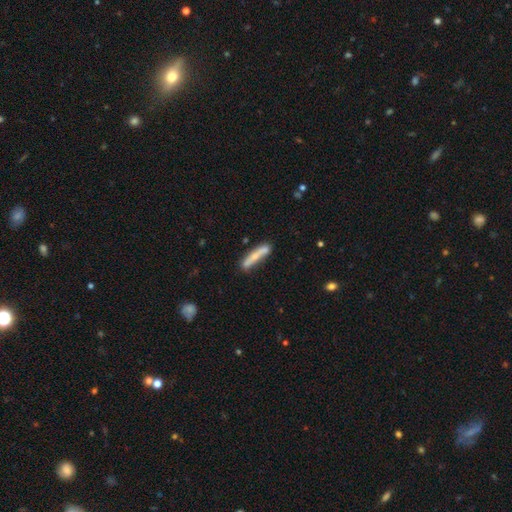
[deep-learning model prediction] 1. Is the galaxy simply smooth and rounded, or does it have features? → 54% smooth, 40% featured or disk, 6% star or artifact.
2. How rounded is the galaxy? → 90% cigar-shaped, 8% in between, 2% round.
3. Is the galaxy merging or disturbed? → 70% none, 19% minor disturbance, 7% merger, 5% major disturbance.